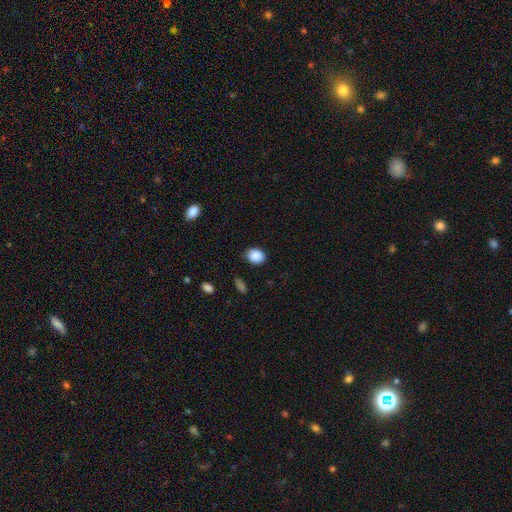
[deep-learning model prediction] This is clearly a smooth galaxy (88%). How rounded: possibly round (52%). Merging: likely none (73%).